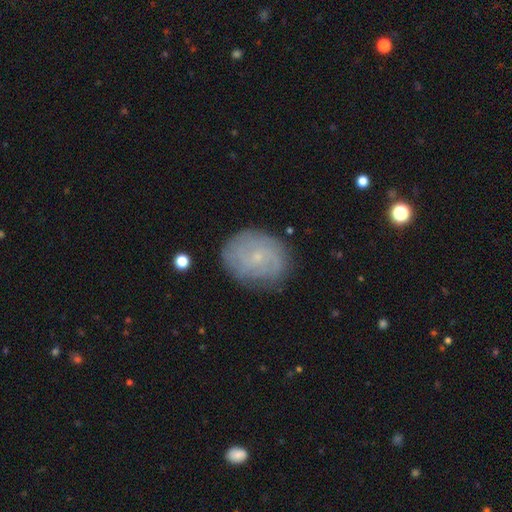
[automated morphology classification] type=featured or disk (59%); edge-on=no (97%); bar=no (77%); spiral arms=yes (84%); bulge=small (86%); merging=none (81%).